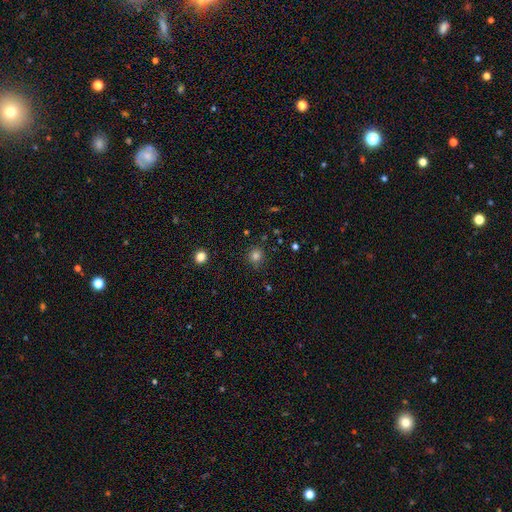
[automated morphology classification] Smooth or featured?
  - smooth: 81% *
  - star or artifact: 15%
  - featured or disk: 5%
How rounded?
  - round: 90% *
  - in between: 9%
  - cigar-shaped: 1%
Merging?
  - none: 86% *
  - minor disturbance: 9%
  - major disturbance: 3%
  - merger: 2%